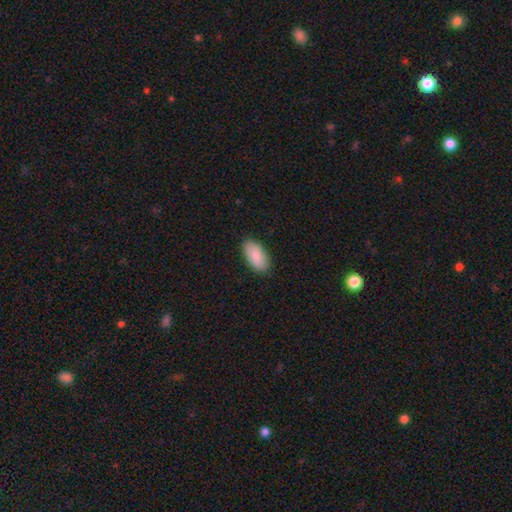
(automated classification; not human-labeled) smooth_or_featured: smooth (p=0.88) [alt: featured or disk p=0.07]
how_rounded: in between (p=0.94) [alt: cigar-shaped p=0.04]
merging: none (p=0.88) [alt: minor disturbance p=0.09]